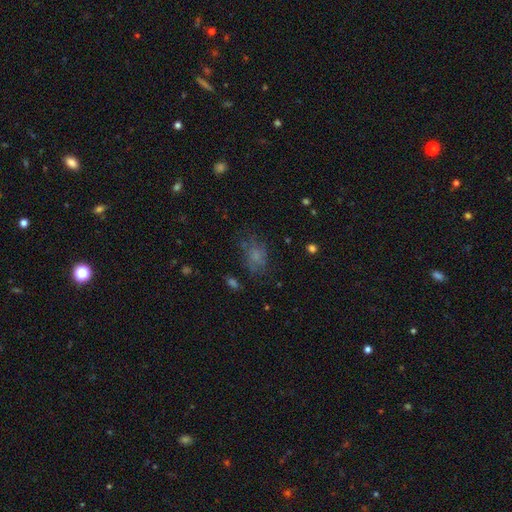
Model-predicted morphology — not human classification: Smooth or featured? Predicted: smooth (p=0.60). How rounded? Predicted: in between (p=0.72). Merging? Predicted: none (p=0.56).